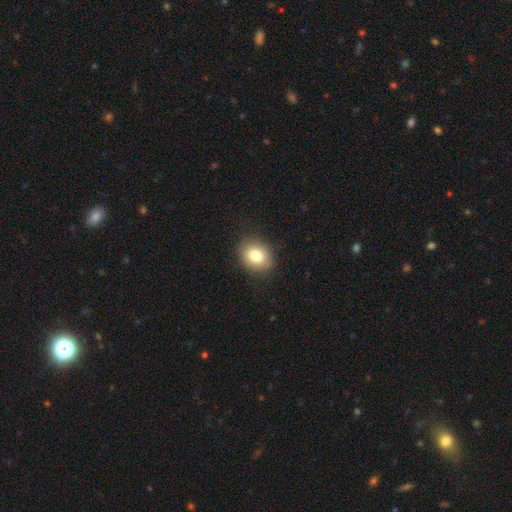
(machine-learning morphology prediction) This appears to be a smooth galaxy with no disk features (80%) that is round (50%). Merging: none (87%).